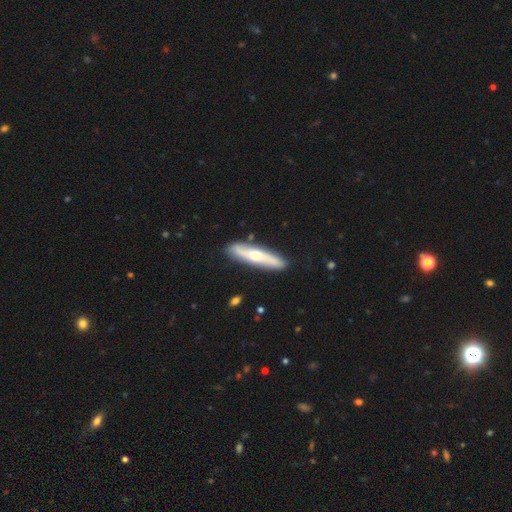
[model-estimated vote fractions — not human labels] smooth-or-featured: featured or disk: 56% | smooth: 39% | star or artifact: 5%
  disk-edge-on: yes: 67% | no: 33%
  merging: none: 86% | minor disturbance: 10% | merger: 2% | major disturbance: 2%